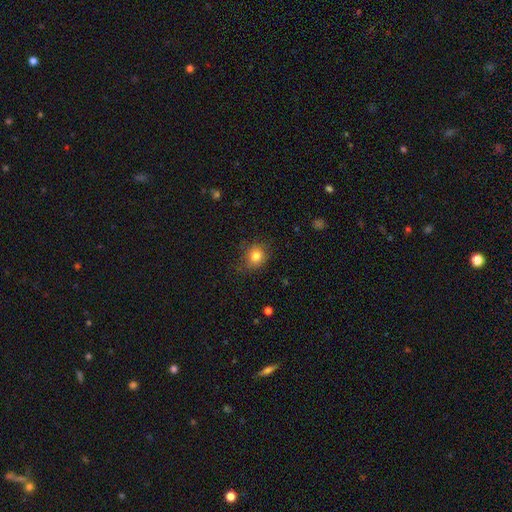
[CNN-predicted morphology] A smooth galaxy with no disk features (82%) that is round (74%). Merging: none (75%).